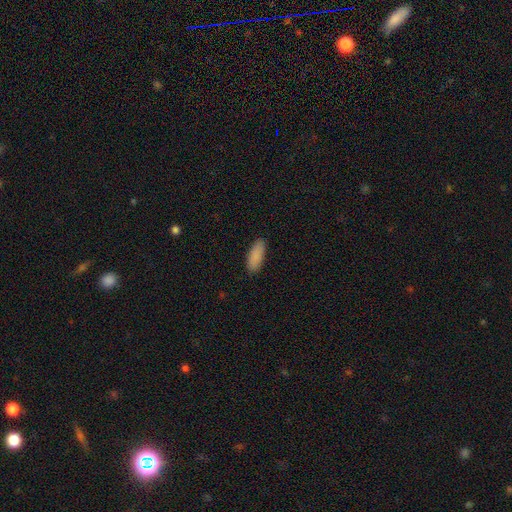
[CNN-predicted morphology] A smooth galaxy with no disk features (89%) that is in between round and cigar-shaped (73%).

Vote fractions:
- Smooth or featured? smooth: 89% / star or artifact: 6% / featured or disk: 4%
- How rounded? in between: 73% / cigar-shaped: 26% / round: 2%
- Merging? none: 88% / minor disturbance: 9% / major disturbance: 2% / merger: 1%